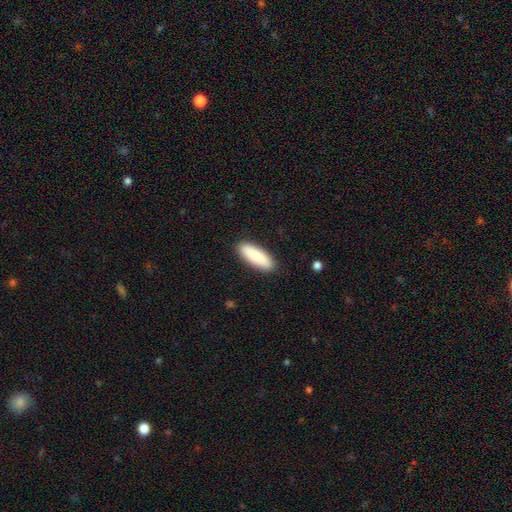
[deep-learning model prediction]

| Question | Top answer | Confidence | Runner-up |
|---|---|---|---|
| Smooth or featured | smooth | 88% | featured or disk (7%) |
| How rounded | in between | 60% | cigar-shaped (38%) |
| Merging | none | 89% | minor disturbance (8%) |